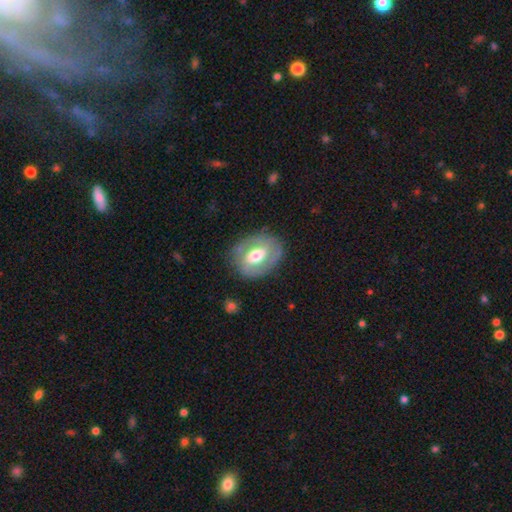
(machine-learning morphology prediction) smooth_or_featured: featured or disk (p=0.57) [alt: smooth p=0.37]
disk_edge_on: no (p=0.94) [alt: yes p=0.06]
bar: weak (p=0.39) [alt: no p=0.36]
has_spiral_arms: no (p=0.56) [alt: yes p=0.44]
bulge_size: moderate (p=0.65) [alt: large p=0.22]
merging: none (p=0.77) [alt: minor disturbance p=0.15]